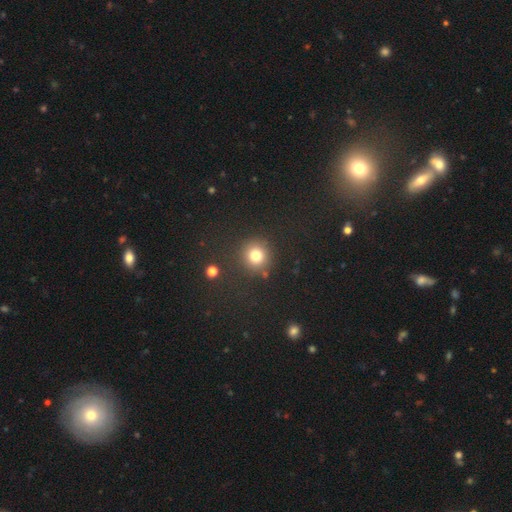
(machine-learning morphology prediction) This appears to be a smooth galaxy with no disk features (77%) that is round (92%). Merging: none (84%).